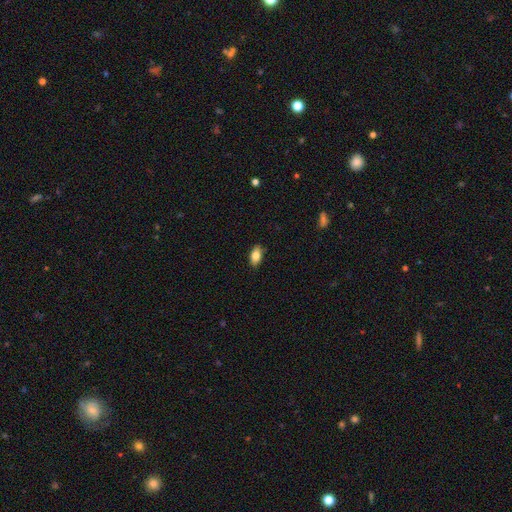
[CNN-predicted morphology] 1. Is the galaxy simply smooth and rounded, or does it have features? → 79% smooth, 13% featured or disk, 7% star or artifact.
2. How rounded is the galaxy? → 89% in between, 6% cigar-shaped, 6% round.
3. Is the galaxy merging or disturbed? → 85% none, 12% minor disturbance, 2% major disturbance, 1% merger.